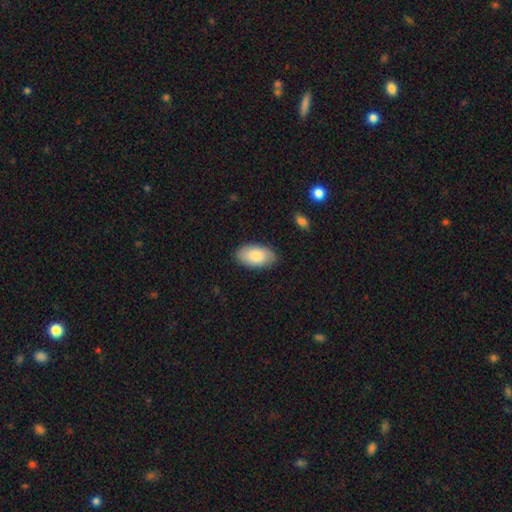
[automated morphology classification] This appears to be a smooth galaxy with no disk features (83%) that is in between round and cigar-shaped (95%). Merging: none (85%).